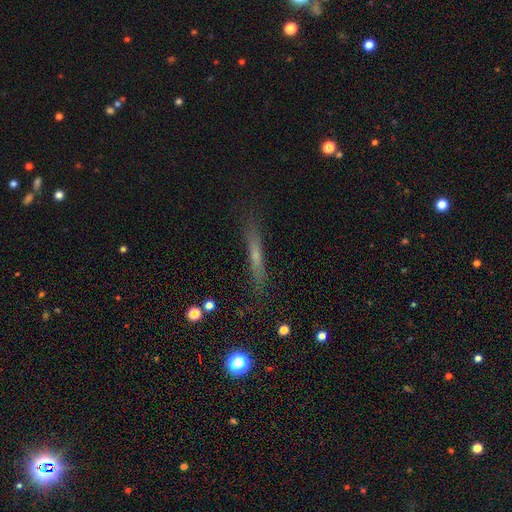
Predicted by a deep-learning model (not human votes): Smooth or featured: featured or disk — 45% (smooth — 44%)
Merging: none — 84% (minor disturbance — 11%)